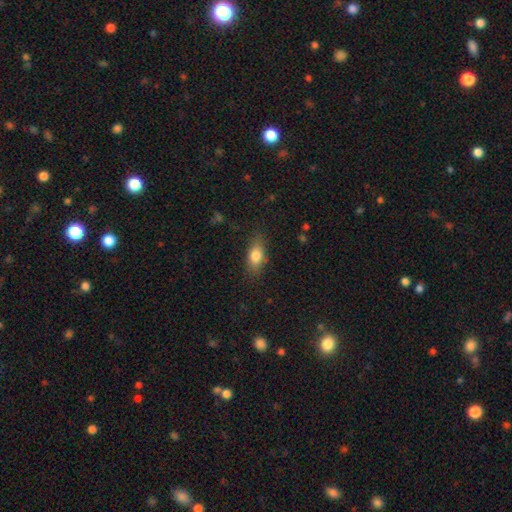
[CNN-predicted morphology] smooth-or-featured: smooth: 80% | featured or disk: 12% | star or artifact: 8%
  how-rounded: in between: 80% | cigar-shaped: 12% | round: 8%
  merging: none: 77% | minor disturbance: 17% | major disturbance: 5% | merger: 1%